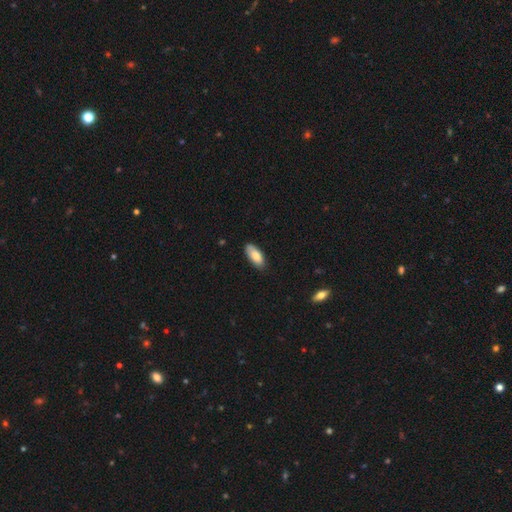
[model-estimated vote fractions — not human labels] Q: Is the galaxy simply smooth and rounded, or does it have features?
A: smooth — 80%.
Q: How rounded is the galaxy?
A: in between — 88%.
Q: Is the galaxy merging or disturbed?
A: none — 81%.